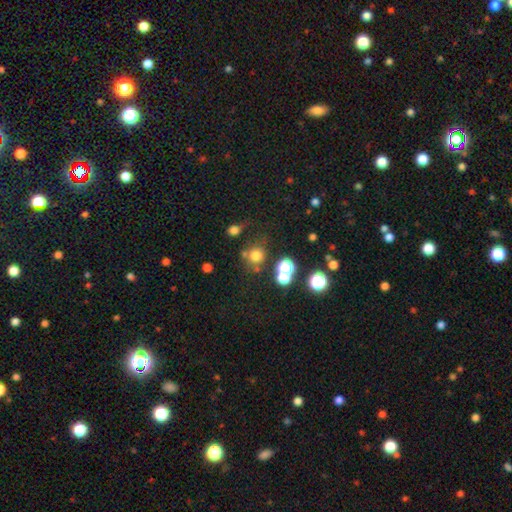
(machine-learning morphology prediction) Smooth or featured? smooth (70%)
How rounded? round (87%)
Merging? none (63%)